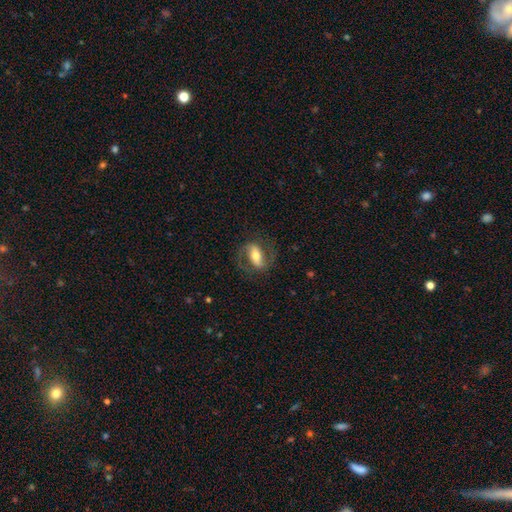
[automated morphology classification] Smooth or featured: featured or disk — 68% (smooth — 25%)
Edge-on disk: no — 93% (yes — 7%)
Bar: strong — 55% (weak — 29%)
Spiral arms: yes — 86% (no — 14%)
Spiral winding: medium — 52% (loose — 27%)
Spiral arm count: 2 — 88% (can't tell — 5%)
Bulge size: moderate — 56% (large — 22%)
Merging: none — 73% (minor disturbance — 14%)